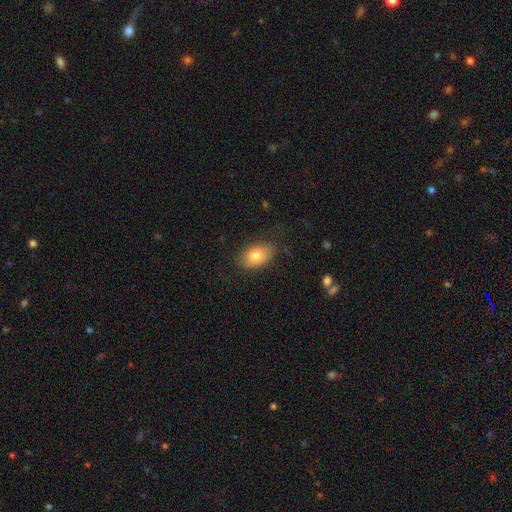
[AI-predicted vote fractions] smooth-or-featured: smooth: 78% | featured or disk: 14% | star or artifact: 8%
  how-rounded: in between: 86% | round: 12% | cigar-shaped: 2%
  merging: none: 79% | minor disturbance: 15% | major disturbance: 5% | merger: 1%